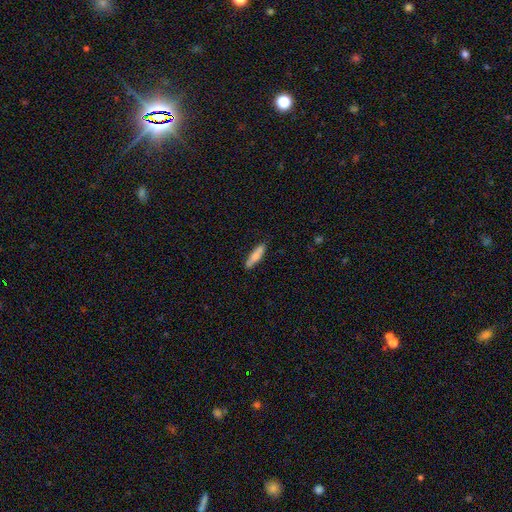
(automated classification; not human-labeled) smooth 71%, featured or disk 23%, star or artifact 6%. Down the decision tree: how rounded — cigar-shaped (73%); merging — none (83%).